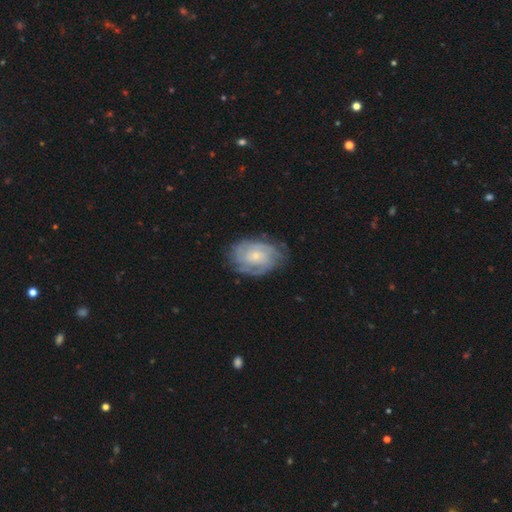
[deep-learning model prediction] Smooth or featured? featured or disk (78%)
Edge-on disk? no (97%)
Bar? no (71%)
Spiral arms? yes (92%)
Spiral winding? tight (67%)
Spiral arm count? can't tell (38%)
Bulge size? small (63%)
Merging? none (72%)